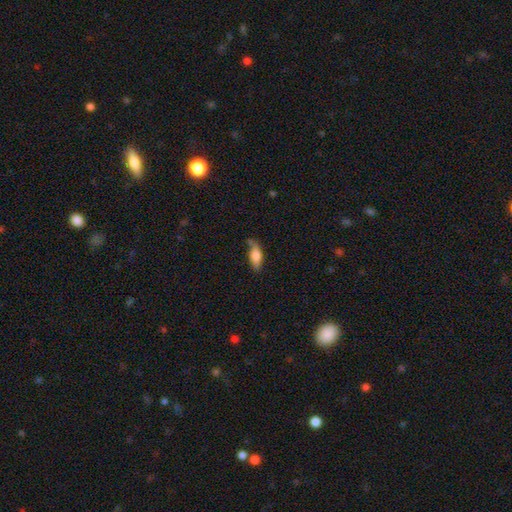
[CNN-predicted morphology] Smooth or featured? smooth (73%)
How rounded? in between (70%)
Merging? none (64%)